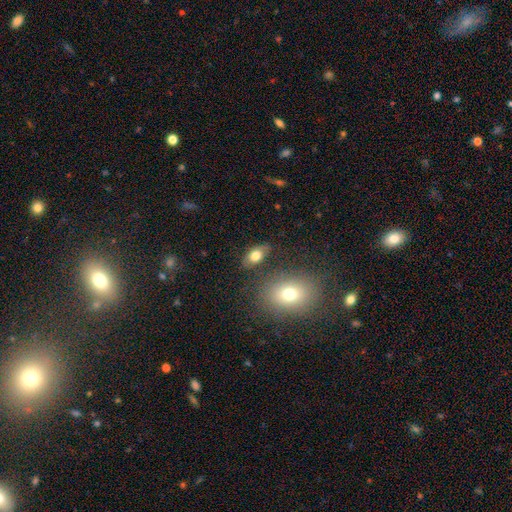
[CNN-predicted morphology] Smooth or featured: smooth — 76% (featured or disk — 16%)
How rounded: in between — 89% (round — 8%)
Merging: none — 76% (minor disturbance — 14%)